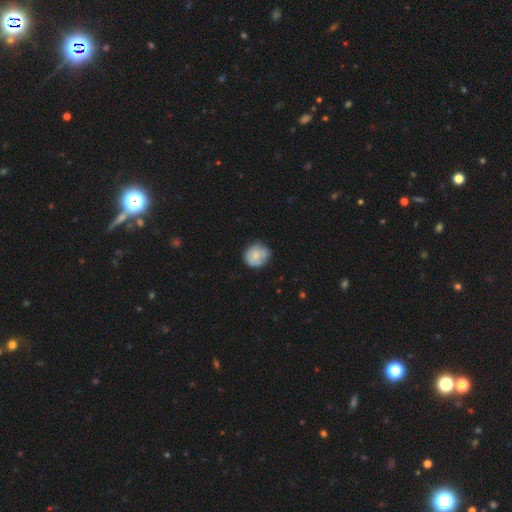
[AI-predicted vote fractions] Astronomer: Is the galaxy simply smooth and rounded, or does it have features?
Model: smooth — 69%.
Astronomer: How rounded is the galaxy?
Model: round — 82%.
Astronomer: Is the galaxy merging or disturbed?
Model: none — 65%.